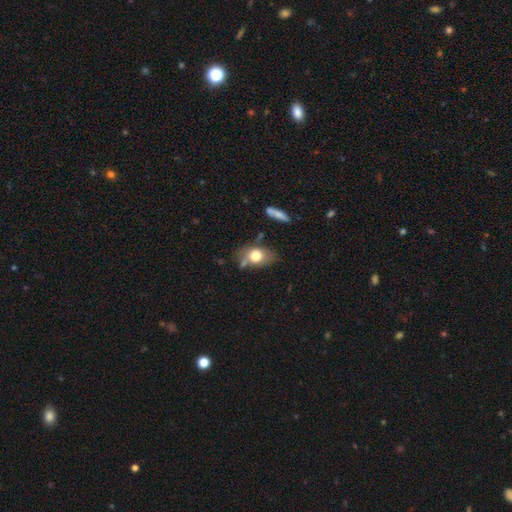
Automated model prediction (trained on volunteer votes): smooth 70%, featured or disk 21%, star or artifact 9%. Down the decision tree: how rounded — in between (74%); merging — none (58%).